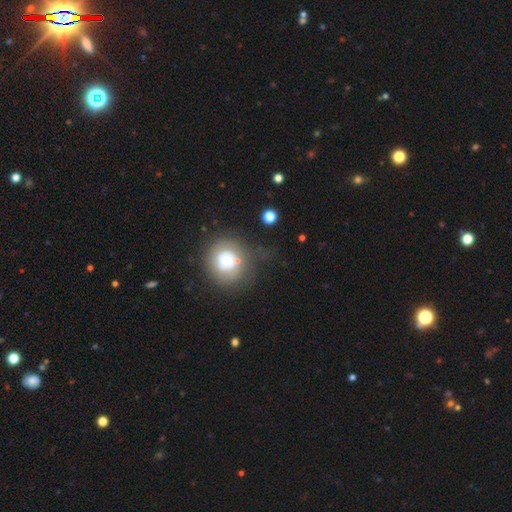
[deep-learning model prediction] Smooth or featured: smooth — 60% (featured or disk — 21%)
How rounded: round — 86% (in between — 13%)
Merging: none — 66% (minor disturbance — 20%)